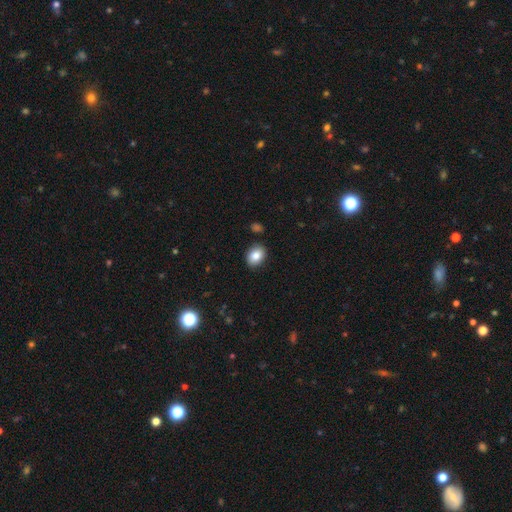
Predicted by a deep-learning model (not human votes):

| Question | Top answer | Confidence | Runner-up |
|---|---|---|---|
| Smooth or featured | smooth | 85% | star or artifact (8%) |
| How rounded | in between | 71% | round (28%) |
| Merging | none | 88% | minor disturbance (8%) |